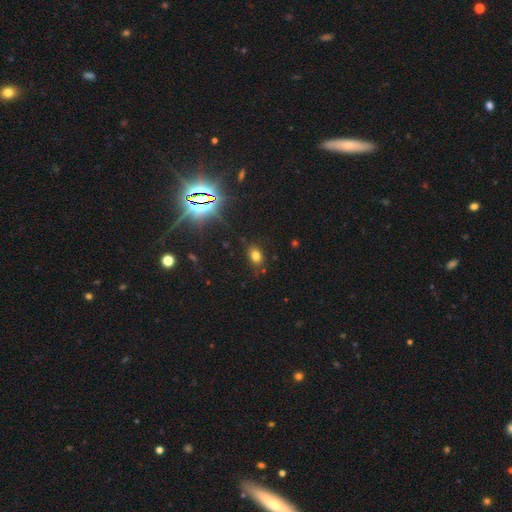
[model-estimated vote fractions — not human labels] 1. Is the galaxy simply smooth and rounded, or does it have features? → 70% smooth, 22% star or artifact, 8% featured or disk.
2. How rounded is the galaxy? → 71% in between, 27% round, 2% cigar-shaped.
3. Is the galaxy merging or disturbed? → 79% none, 14% minor disturbance, 4% major disturbance, 2% merger.